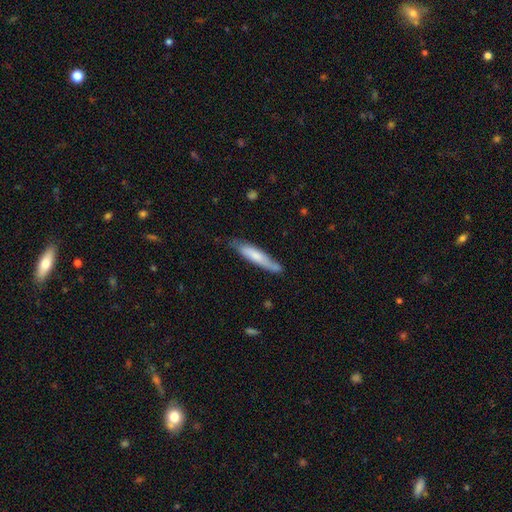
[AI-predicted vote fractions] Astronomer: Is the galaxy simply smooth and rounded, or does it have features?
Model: smooth — 64%.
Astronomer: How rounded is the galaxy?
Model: cigar-shaped — 86%.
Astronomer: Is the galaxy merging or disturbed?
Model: none — 65%.